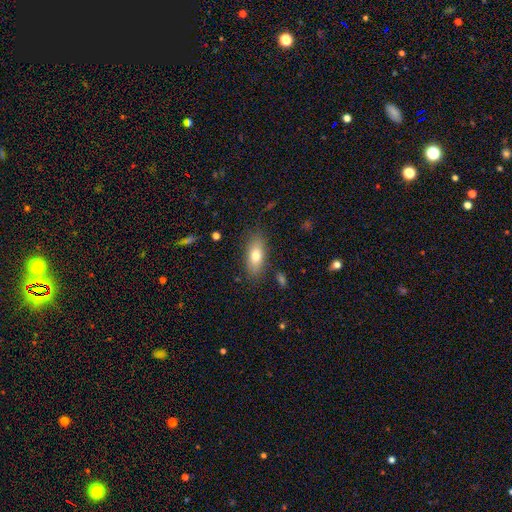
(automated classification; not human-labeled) Morphology: type=smooth (76%); roundness=in between (80%); merging=none (83%).